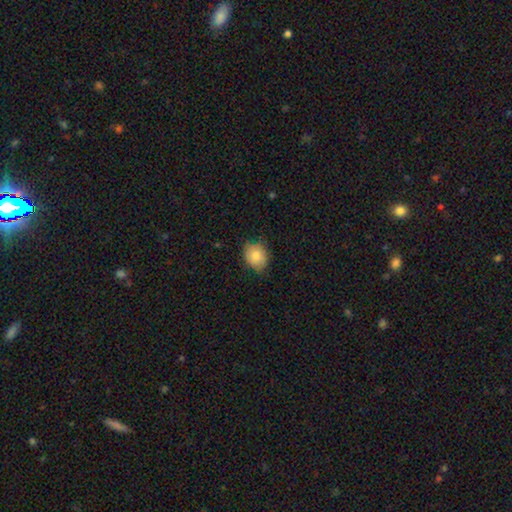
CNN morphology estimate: smooth_or_featured: smooth (p=0.82) [alt: featured or disk p=0.10]
how_rounded: round (p=0.53) [alt: in between p=0.46]
merging: none (p=0.74) [alt: minor disturbance p=0.22]